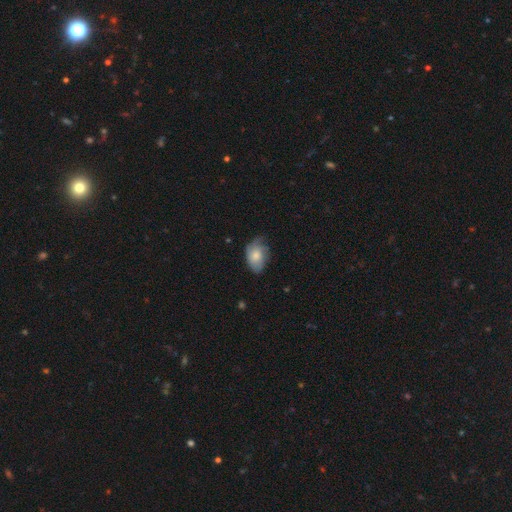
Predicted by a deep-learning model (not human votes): A smooth galaxy with no disk features (64%) that is in between round and cigar-shaped (83%). Merging: none (51%).